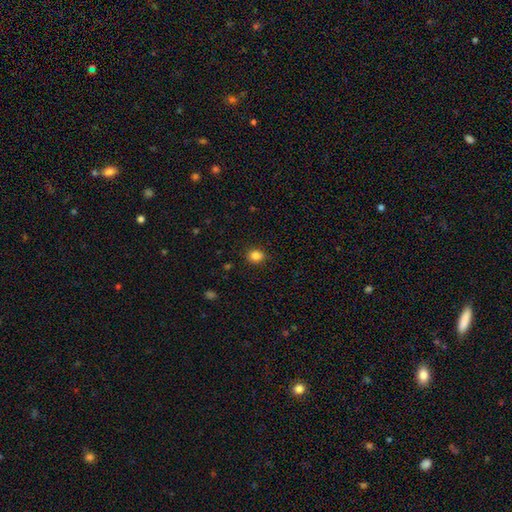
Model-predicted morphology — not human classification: This appears to be a smooth galaxy with no disk features (85%) that is round (61%). Merging: none (89%).